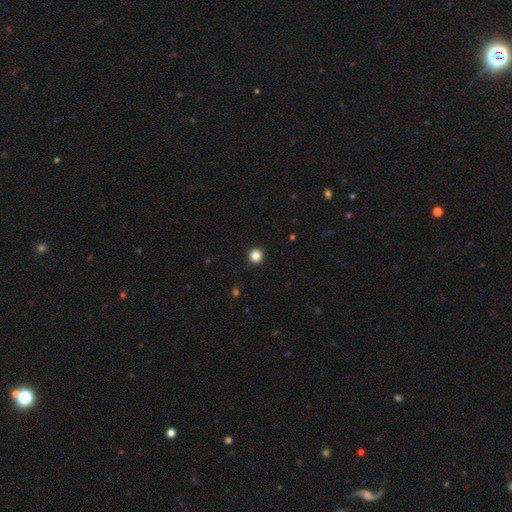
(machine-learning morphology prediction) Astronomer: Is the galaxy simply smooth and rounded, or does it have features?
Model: smooth — 85%.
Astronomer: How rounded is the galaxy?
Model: round — 96%.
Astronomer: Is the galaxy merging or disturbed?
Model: none — 94%.